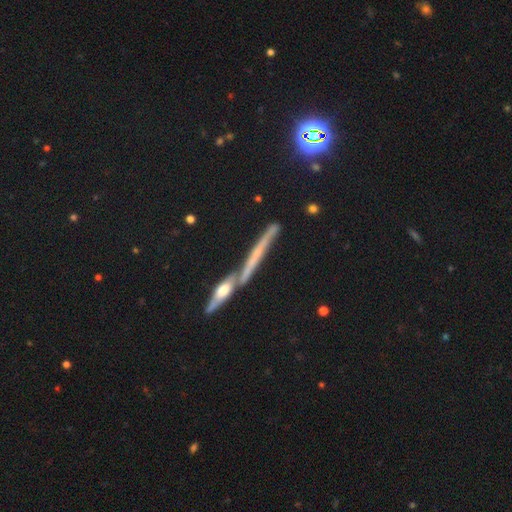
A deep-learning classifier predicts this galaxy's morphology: A featured or disk galaxy (59%) viewed edge-on (91%) with no central bulge (53%).

Vote fractions:
- Smooth or featured? featured or disk: 59% / smooth: 25% / star or artifact: 16%
- Edge-on disk? yes: 91% / no: 9%
- Edge-on bulge? none: 53% / rounded: 35% / boxy: 13%
- Merging? none: 60% / merger: 23% / minor disturbance: 12% / major disturbance: 5%